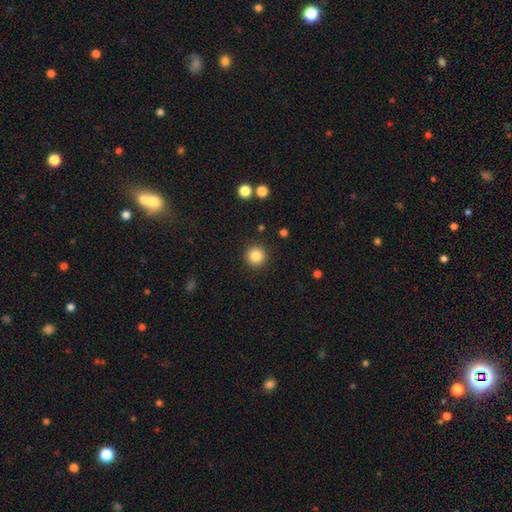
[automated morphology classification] Smooth or featured: smooth — 85% (star or artifact — 10%)
How rounded: round — 96% (in between — 3%)
Merging: none — 92% (minor disturbance — 5%)